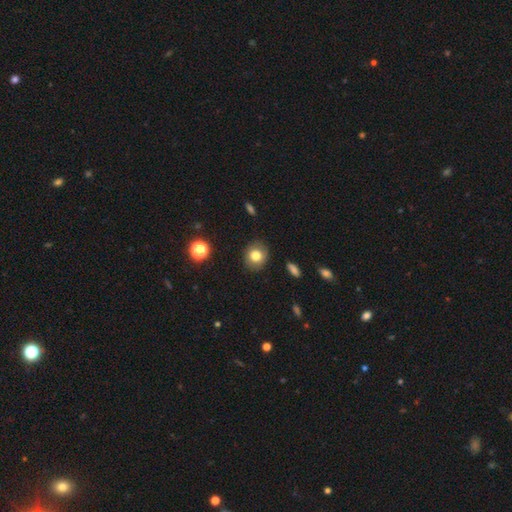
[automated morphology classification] This is likely a smooth galaxy (78%). How rounded: likely round (79%). Merging: clearly none (87%).